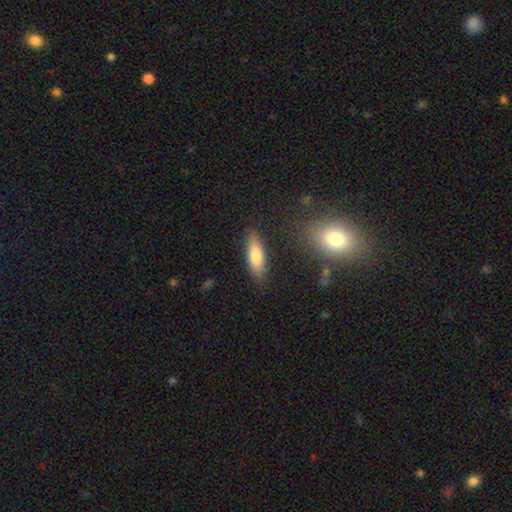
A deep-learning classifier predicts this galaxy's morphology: Q: Smooth or featured?
A: smooth (78%); runner-up: featured or disk (16%)
Q: How rounded?
A: in between (57%); runner-up: cigar-shaped (41%)
Q: Merging?
A: none (83%); runner-up: minor disturbance (12%)